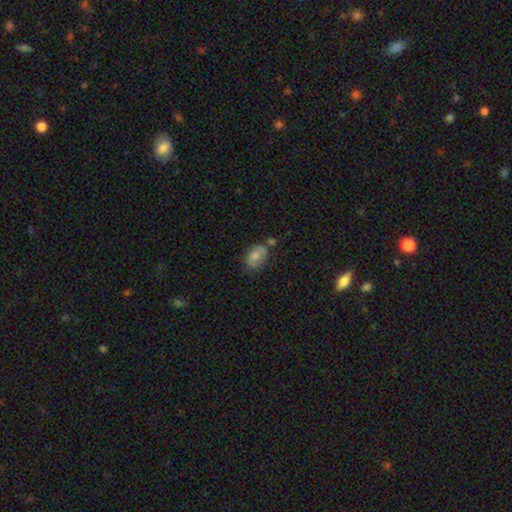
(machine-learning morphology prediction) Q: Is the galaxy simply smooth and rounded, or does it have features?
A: smooth — 70%.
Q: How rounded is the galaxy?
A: in between — 80%.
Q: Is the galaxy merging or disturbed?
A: none — 50%.